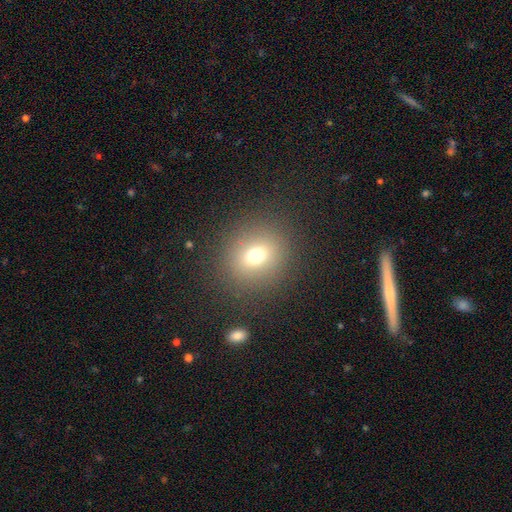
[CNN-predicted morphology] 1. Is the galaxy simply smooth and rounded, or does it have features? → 71% smooth, 17% star or artifact, 13% featured or disk.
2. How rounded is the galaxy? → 76% round, 23% in between, 1% cigar-shaped.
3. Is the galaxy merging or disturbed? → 86% none, 8% minor disturbance, 5% major disturbance, 2% merger.